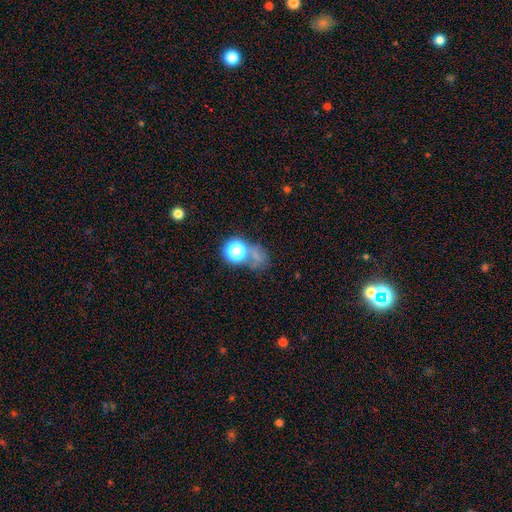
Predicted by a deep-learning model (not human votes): Q: Smooth or featured?
A: smooth (50%); runner-up: star or artifact (38%)
Q: Merging?
A: none (46%); runner-up: merger (20%)